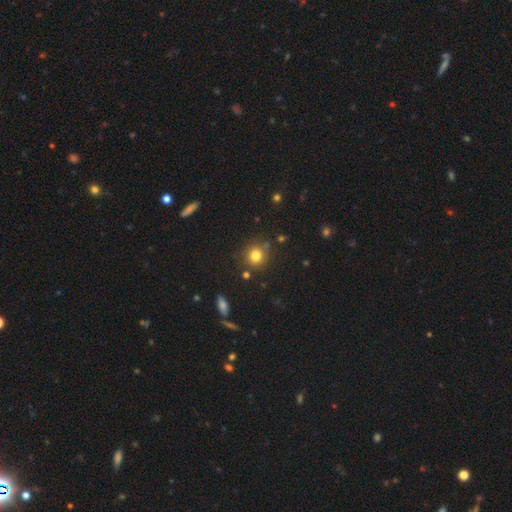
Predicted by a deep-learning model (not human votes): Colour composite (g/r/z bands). It shows a smooth galaxy with no disk features (80%) that is round (87%). Merging: none (81%).